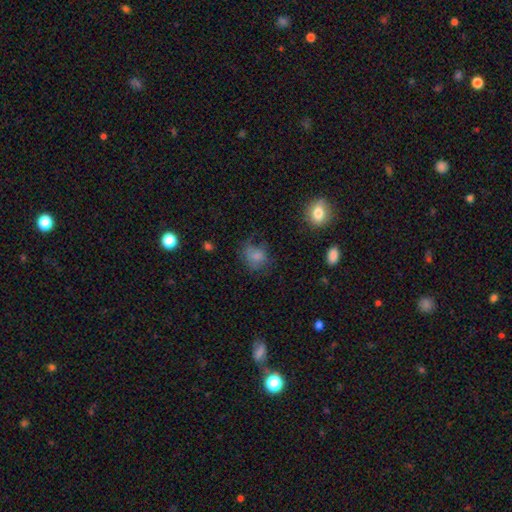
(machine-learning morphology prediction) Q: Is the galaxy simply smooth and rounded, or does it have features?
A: smooth — 76%.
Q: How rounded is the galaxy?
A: round — 56%.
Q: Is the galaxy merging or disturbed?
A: none — 49%.